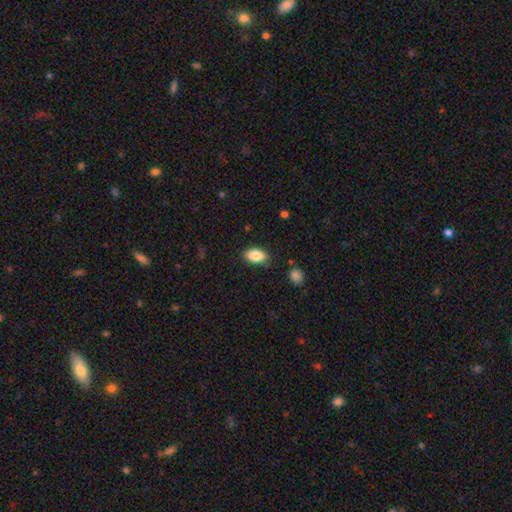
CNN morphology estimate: type=smooth (85%); roundness=in between (91%); merging=none (84%).